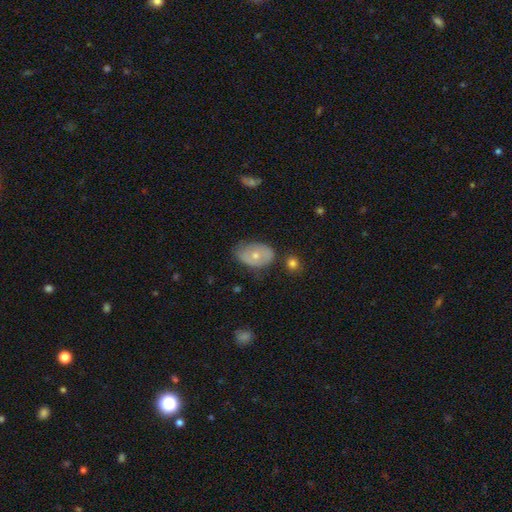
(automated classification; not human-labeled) The model was most divided on "smooth or featured": smooth: 54%, featured or disk: 38%, star or artifact: 8%. More confident: how rounded — in between (85%); merging — none (53%).